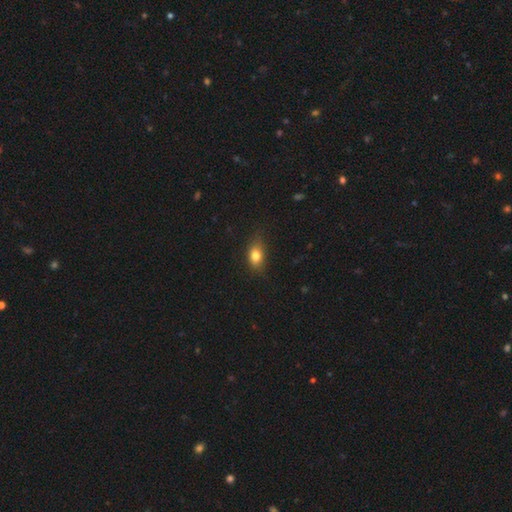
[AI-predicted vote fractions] Morphology: type=smooth (79%); roundness=in between (76%); merging=none (77%).